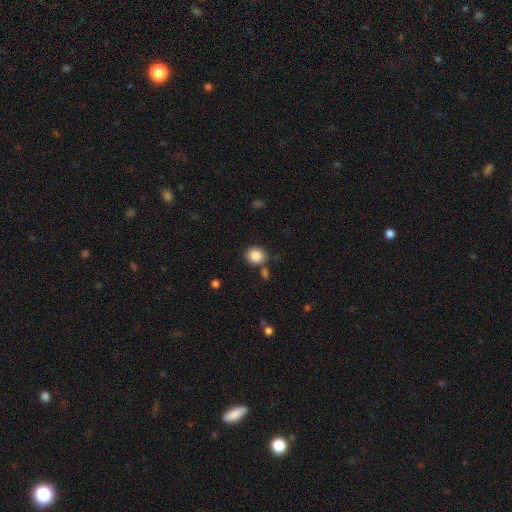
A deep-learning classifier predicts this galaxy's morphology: smooth-or-featured: smooth: 87% | star or artifact: 9% | featured or disk: 4%
  how-rounded: round: 69% | in between: 30% | cigar-shaped: 1%
  merging: none: 77% | minor disturbance: 11% | merger: 9% | major disturbance: 3%